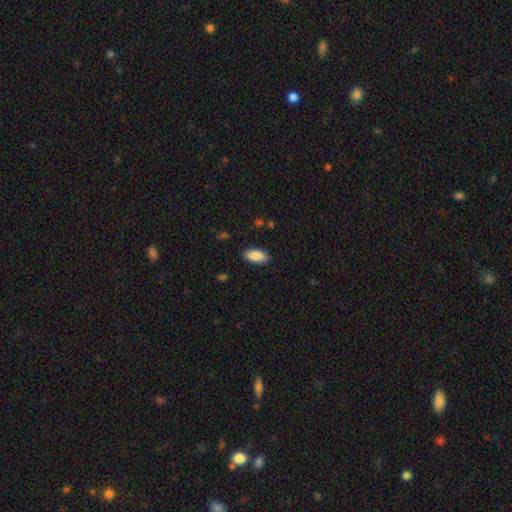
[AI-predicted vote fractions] Smooth or featured? smooth (89%)
How rounded? in between (92%)
Merging? none (87%)